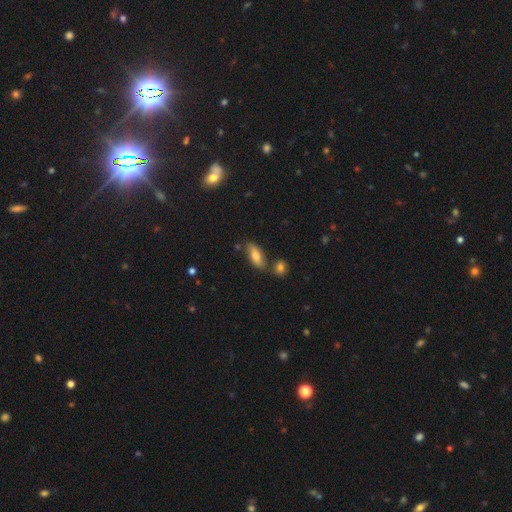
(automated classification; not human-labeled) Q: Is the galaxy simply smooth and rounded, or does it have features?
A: smooth — 74%.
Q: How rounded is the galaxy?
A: in between — 77%.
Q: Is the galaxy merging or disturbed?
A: none — 72%.